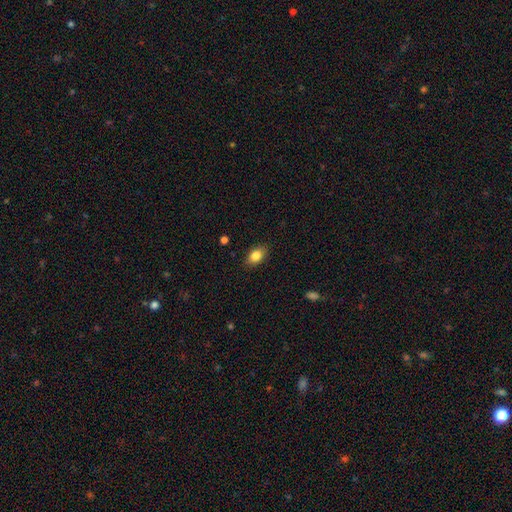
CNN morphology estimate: Q: Smooth or featured?
A: smooth (84%); runner-up: star or artifact (8%)
Q: How rounded?
A: in between (84%); runner-up: round (13%)
Q: Merging?
A: none (86%); runner-up: minor disturbance (11%)